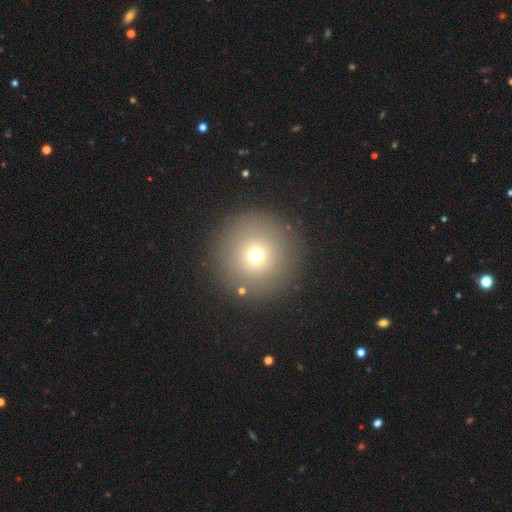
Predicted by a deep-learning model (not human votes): A smooth galaxy with no disk features (70%) that is round (96%).

Vote fractions:
- Smooth or featured? smooth: 70% / star or artifact: 17% / featured or disk: 13%
- How rounded? round: 96% / in between: 3% / cigar-shaped: 1%
- Merging? none: 89% / minor disturbance: 6% / major disturbance: 3% / merger: 2%